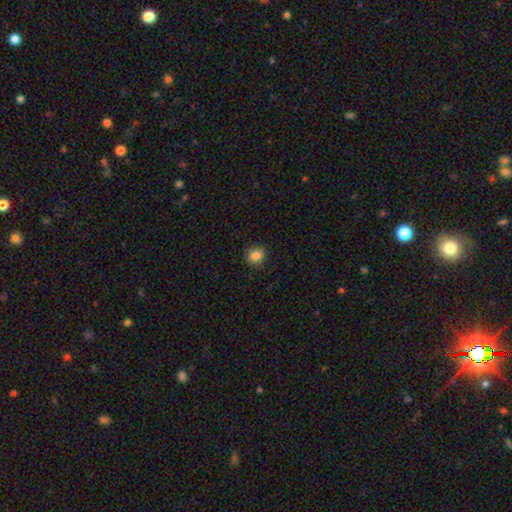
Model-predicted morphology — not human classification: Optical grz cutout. It shows a smooth galaxy with no disk features (86%) that is round (64%). Merging: none (90%).